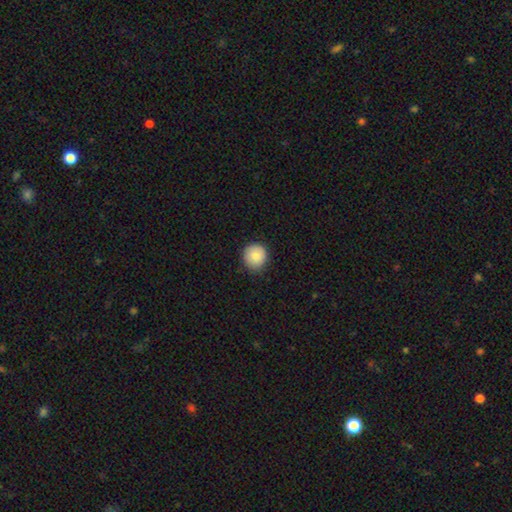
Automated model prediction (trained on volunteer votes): Smooth or featured?
  - smooth: 84% *
  - featured or disk: 8%
  - star or artifact: 8%
How rounded?
  - round: 90% *
  - in between: 9%
  - cigar-shaped: 1%
Merging?
  - none: 84% *
  - minor disturbance: 13%
  - major disturbance: 2%
  - merger: 1%